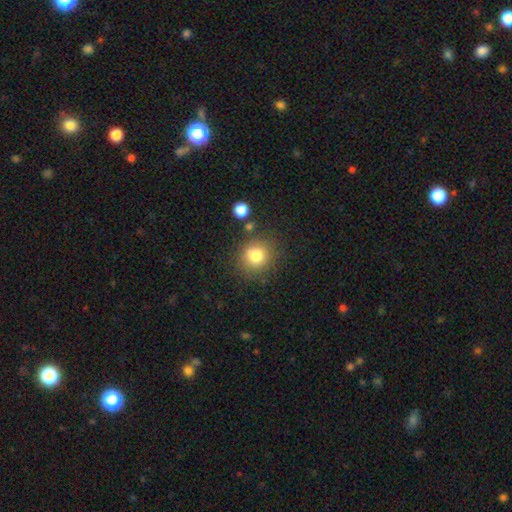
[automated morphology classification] smooth 81%, star or artifact 11%, featured or disk 8%. Down the decision tree: how rounded — round (84%); merging — none (77%).